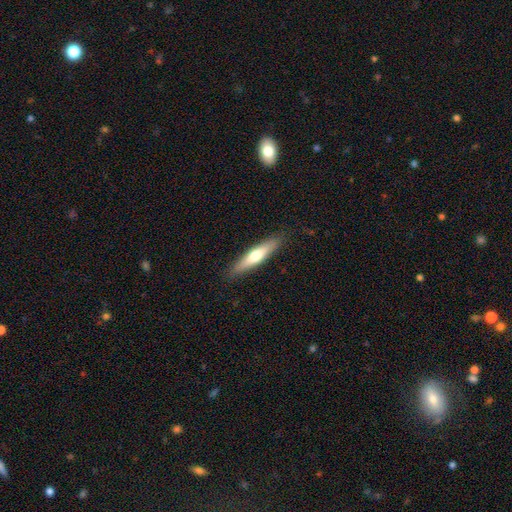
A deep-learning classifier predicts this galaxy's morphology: This appears to be a smooth galaxy with no disk features (56%) that is cigar-shaped (84%). Merging: none (88%).